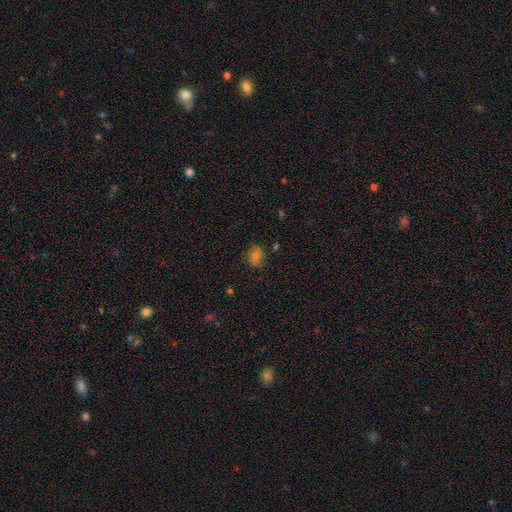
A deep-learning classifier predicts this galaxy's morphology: The model was most divided on "how rounded": round: 67%, in between: 32%, cigar-shaped: 1%. More confident: merging — none (77%); smooth or featured — smooth (67%).